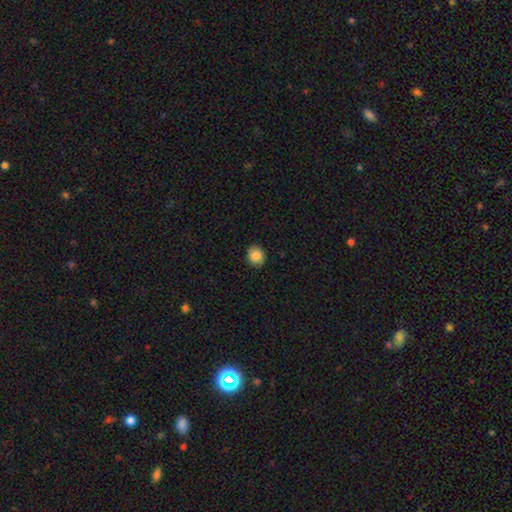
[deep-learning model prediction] smooth 86%, star or artifact 9%, featured or disk 5%. Down the decision tree: how rounded — round (62%); merging — none (89%).